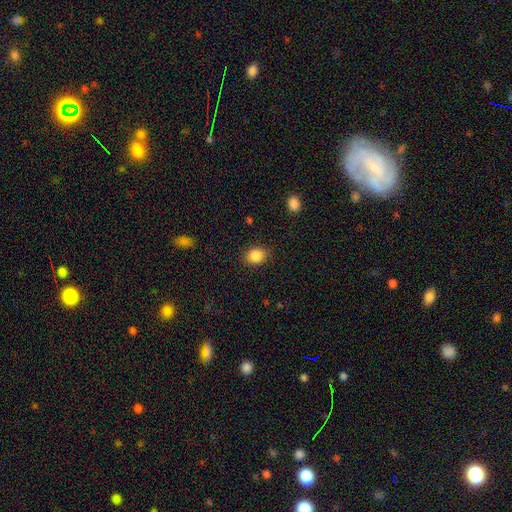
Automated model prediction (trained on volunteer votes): Overall: smooth (87%). How rounded: in between (52%; round 47%). Merging: none (87%).